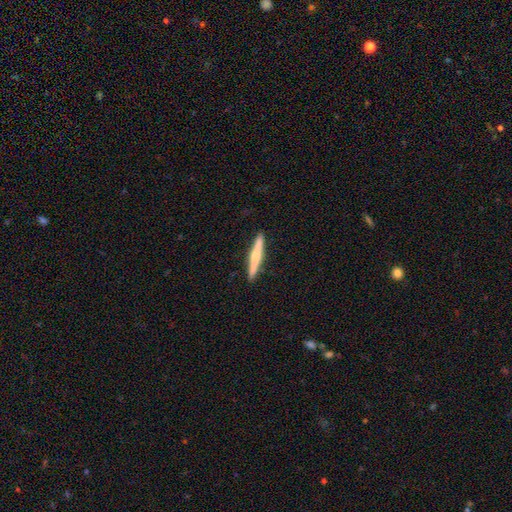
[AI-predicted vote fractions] A featured or disk galaxy (51%) viewed edge-on (97%). Merging: none (92%).